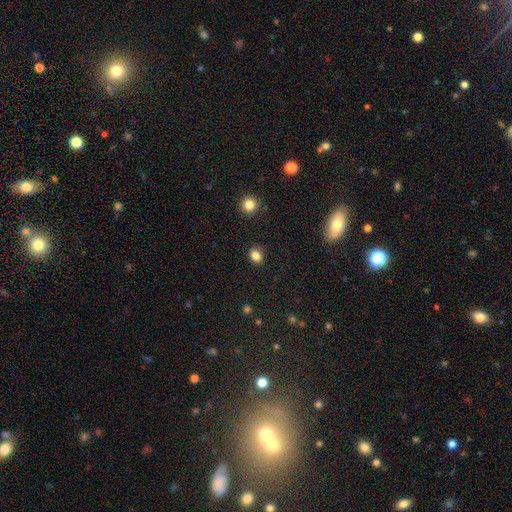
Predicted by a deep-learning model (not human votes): Smooth or featured: smooth — 83% (star or artifact — 11%)
How rounded: in between — 53% (round — 46%)
Merging: none — 88% (minor disturbance — 8%)